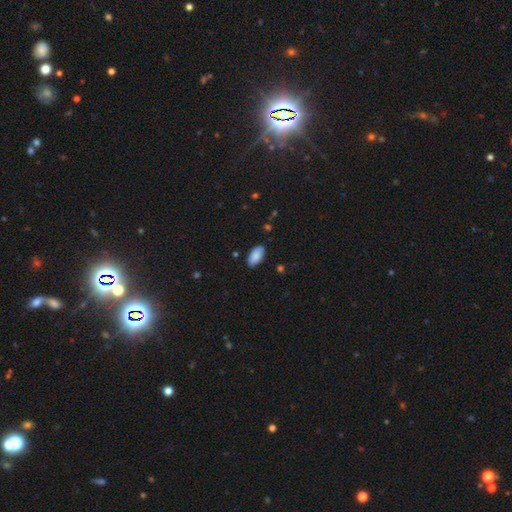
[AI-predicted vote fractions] A smooth galaxy with no disk features (89%) that is in between round and cigar-shaped (95%). Merging: none (87%).